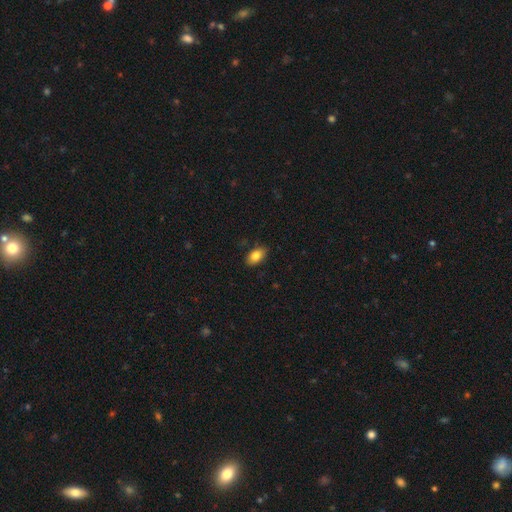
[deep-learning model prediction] A smooth galaxy with no disk features (82%) that is in between round and cigar-shaped (90%). Merging: none (86%).